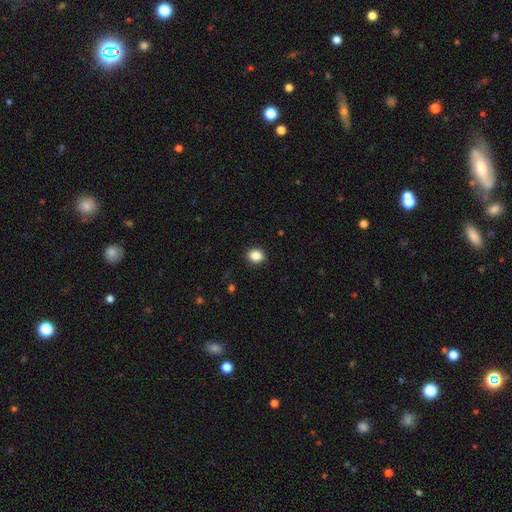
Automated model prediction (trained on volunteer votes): smooth_or_featured: smooth (p=0.87) [alt: star or artifact p=0.09]
how_rounded: round (p=0.53) [alt: in between p=0.45]
merging: none (p=0.90) [alt: minor disturbance p=0.07]